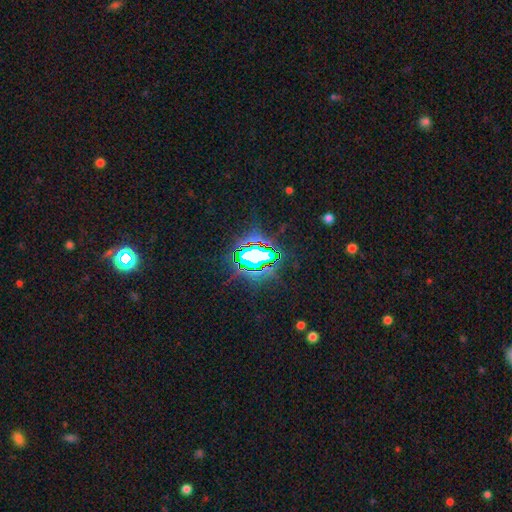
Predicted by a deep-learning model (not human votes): A star or artifact, not a galaxy (77%).